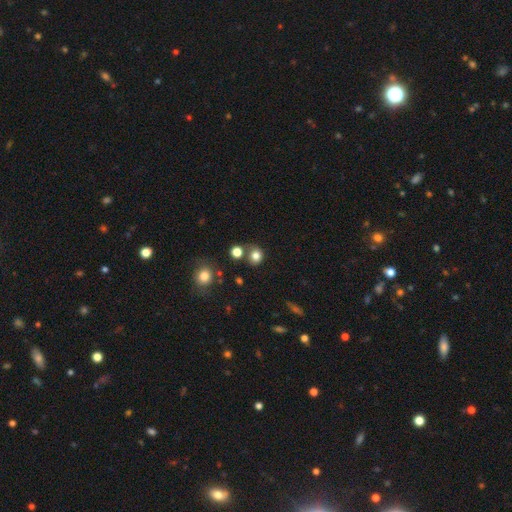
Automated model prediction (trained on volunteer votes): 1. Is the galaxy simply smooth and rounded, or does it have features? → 80% smooth, 13% star or artifact, 7% featured or disk.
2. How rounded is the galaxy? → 79% round, 20% in between, 1% cigar-shaped.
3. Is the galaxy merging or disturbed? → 69% none, 14% minor disturbance, 12% merger, 5% major disturbance.